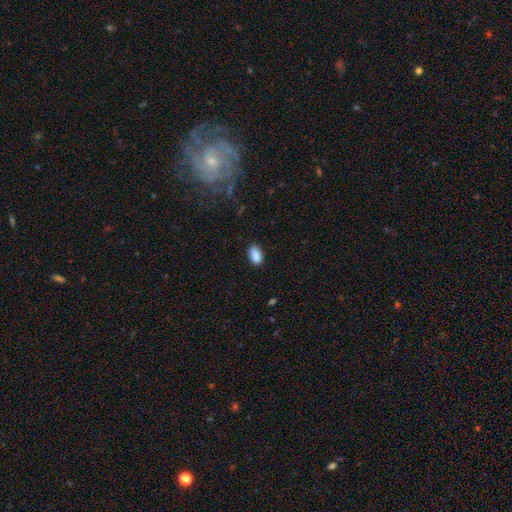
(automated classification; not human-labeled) Smooth or featured? Predicted: smooth (p=0.89). How rounded? Predicted: in between (p=0.93). Merging? Predicted: none (p=0.85).